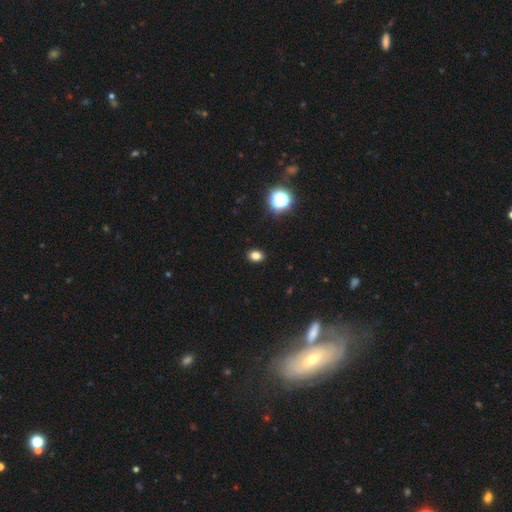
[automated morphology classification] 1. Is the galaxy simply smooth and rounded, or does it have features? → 80% smooth, 15% star or artifact, 5% featured or disk.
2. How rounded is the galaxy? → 65% in between, 34% round, 1% cigar-shaped.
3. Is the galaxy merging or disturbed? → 90% none, 7% minor disturbance, 2% major disturbance, 1% merger.